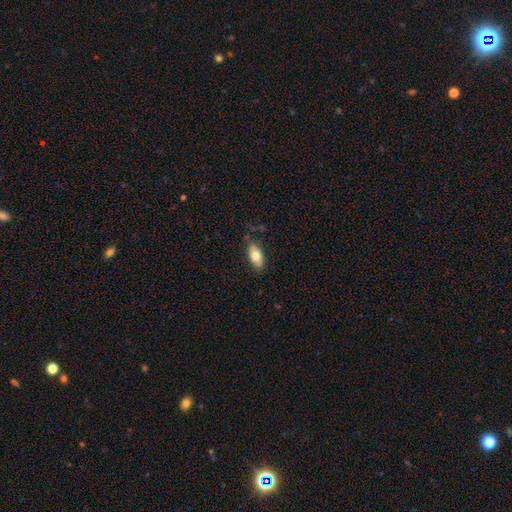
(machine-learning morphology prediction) smooth_or_featured: smooth (p=0.72) [alt: featured or disk p=0.21]
how_rounded: in between (p=0.91) [alt: cigar-shaped p=0.05]
merging: none (p=0.77) [alt: minor disturbance p=0.17]